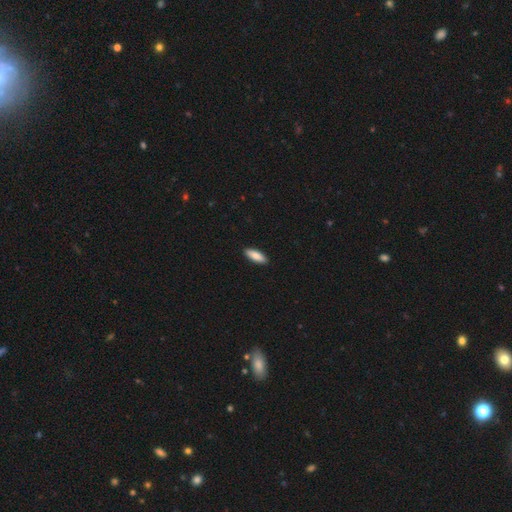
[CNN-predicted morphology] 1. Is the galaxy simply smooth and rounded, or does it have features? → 87% smooth, 8% featured or disk, 5% star or artifact.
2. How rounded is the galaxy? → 62% in between, 36% cigar-shaped, 2% round.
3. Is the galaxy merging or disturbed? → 91% none, 7% minor disturbance, 1% major disturbance, 1% merger.